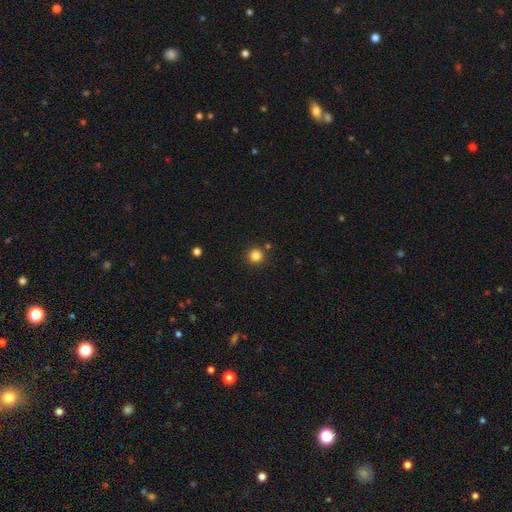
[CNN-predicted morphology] A smooth galaxy with no disk features (83%) that is round (94%).

Vote fractions:
- Smooth or featured? smooth: 83% / star or artifact: 12% / featured or disk: 4%
- How rounded? round: 94% / in between: 5% / cigar-shaped: 1%
- Merging? none: 86% / minor disturbance: 7% / merger: 4% / major disturbance: 2%